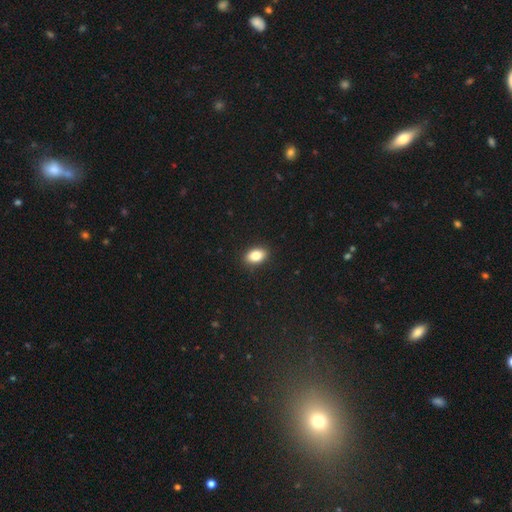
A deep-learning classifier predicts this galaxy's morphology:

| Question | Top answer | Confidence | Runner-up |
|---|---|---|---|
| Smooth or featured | smooth | 84% | star or artifact (9%) |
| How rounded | in between | 87% | round (11%) |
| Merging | none | 89% | minor disturbance (8%) |